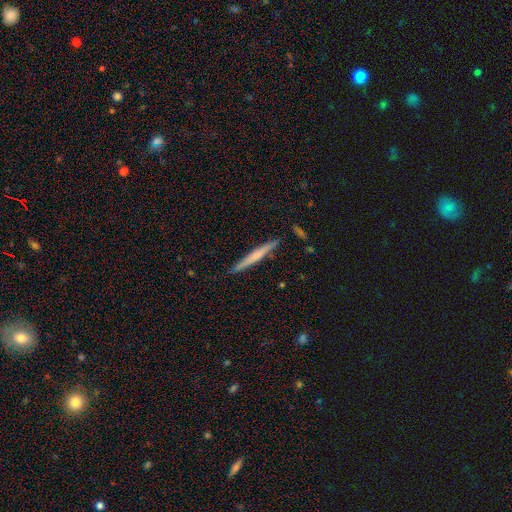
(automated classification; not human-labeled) The model was most divided on "smooth or featured": smooth: 50%, featured or disk: 45%, star or artifact: 5%. More confident: merging — none (89%).